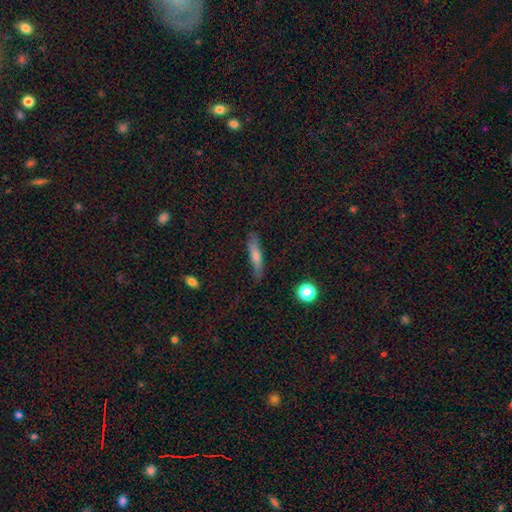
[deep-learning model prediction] Morphology: type=smooth (55%); roundness=cigar-shaped (84%); merging=none (80%).